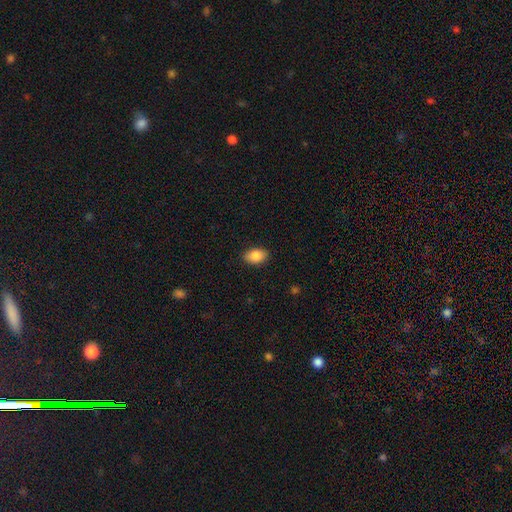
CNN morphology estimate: Smooth or featured?
  - smooth: 87% *
  - star or artifact: 7%
  - featured or disk: 6%
How rounded?
  - in between: 88% *
  - round: 11%
  - cigar-shaped: 1%
Merging?
  - none: 87% *
  - minor disturbance: 10%
  - major disturbance: 2%
  - merger: 1%